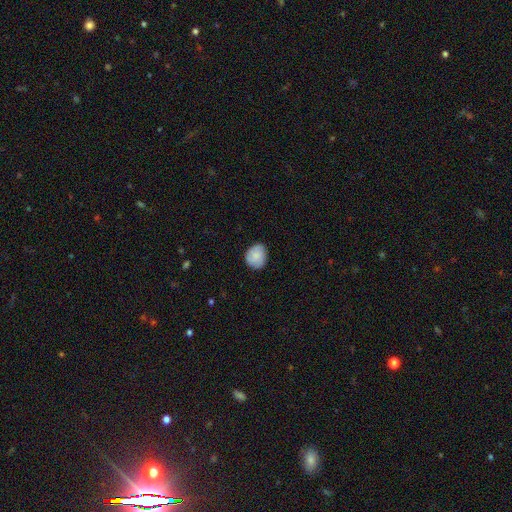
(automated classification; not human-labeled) smooth_or_featured: smooth (p=0.83) [alt: featured or disk p=0.10]
how_rounded: round (p=0.68) [alt: in between p=0.32]
merging: none (p=0.78) [alt: minor disturbance p=0.18]